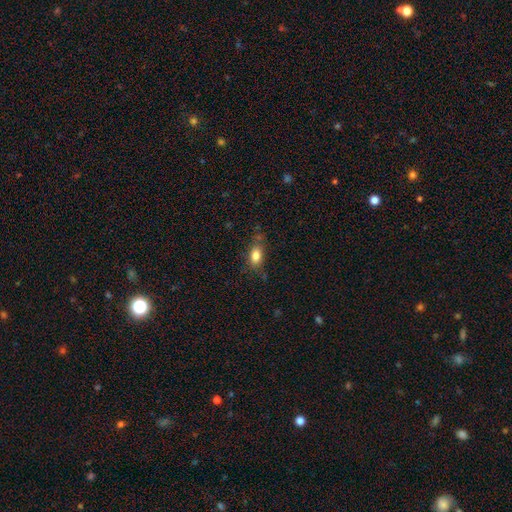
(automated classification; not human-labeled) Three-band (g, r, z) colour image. It shows a smooth galaxy with no disk features (83%) that is in between round and cigar-shaped (84%). Merging: none (70%).